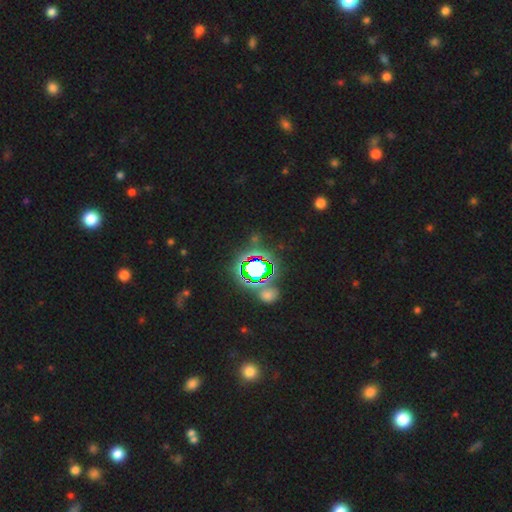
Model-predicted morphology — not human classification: Smooth or featured?
  - star or artifact: 78% *
  - smooth: 14%
  - featured or disk: 8%